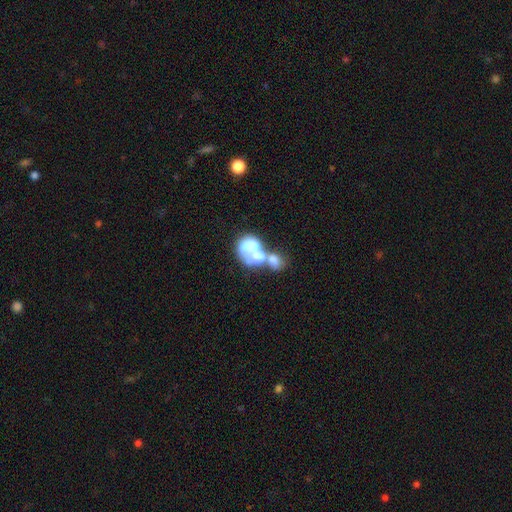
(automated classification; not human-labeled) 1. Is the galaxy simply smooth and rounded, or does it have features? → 49% smooth, 41% featured or disk, 10% star or artifact.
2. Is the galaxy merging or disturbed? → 76% merger, 10% none, 9% major disturbance, 5% minor disturbance.